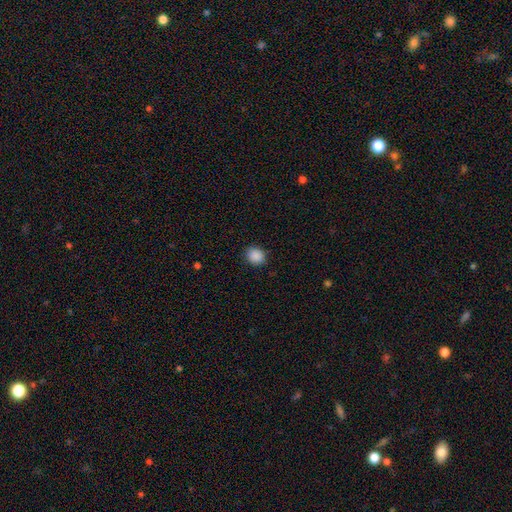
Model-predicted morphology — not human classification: Smooth or featured? Predicted: smooth (p=0.88). How rounded? Predicted: round (p=0.68). Merging? Predicted: none (p=0.88).